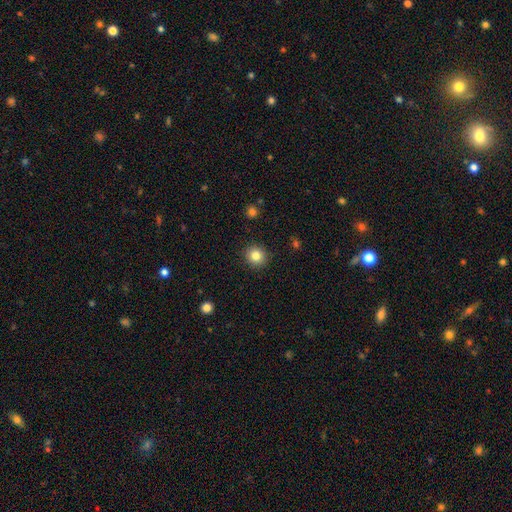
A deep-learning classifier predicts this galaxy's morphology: A smooth galaxy with no disk features (83%) that is round (90%).

Vote fractions:
- Smooth or featured? smooth: 83% / star or artifact: 11% / featured or disk: 6%
- How rounded? round: 90% / in between: 9% / cigar-shaped: 1%
- Merging? none: 91% / minor disturbance: 6% / major disturbance: 2% / merger: 1%